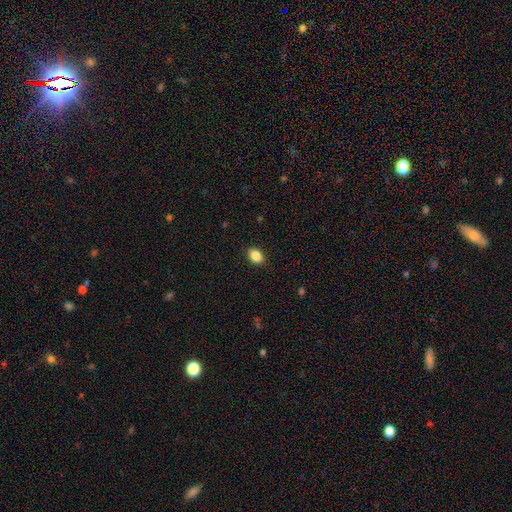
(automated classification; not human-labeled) Smooth or featured? Predicted: smooth (p=0.88). How rounded? Predicted: in between (p=0.79). Merging? Predicted: none (p=0.89).